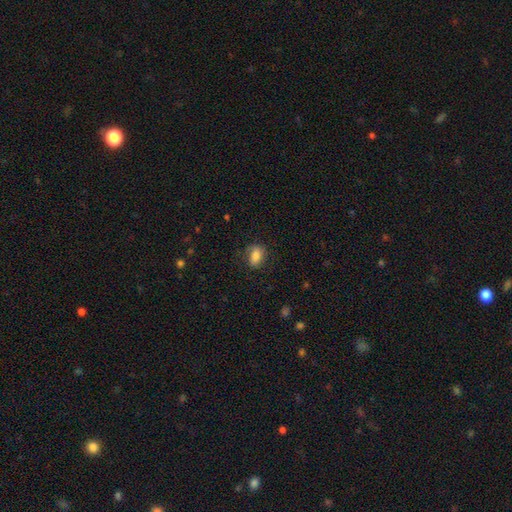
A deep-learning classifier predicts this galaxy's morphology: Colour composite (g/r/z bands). It shows a smooth galaxy with no disk features (81%) that is in between round and cigar-shaped (84%). Merging: none (73%).